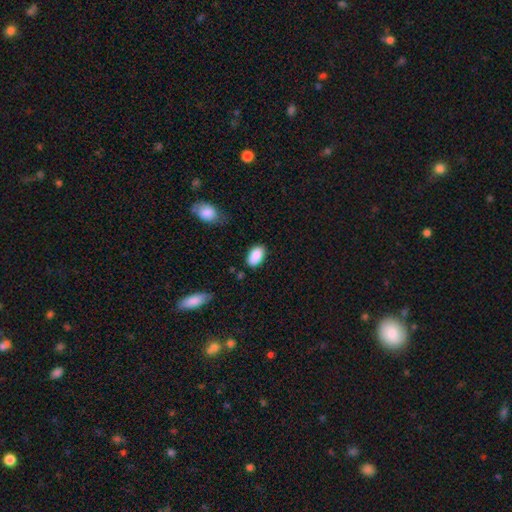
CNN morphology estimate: A smooth galaxy with no disk features (88%) that is in between round and cigar-shaped (94%). Merging: none (79%).